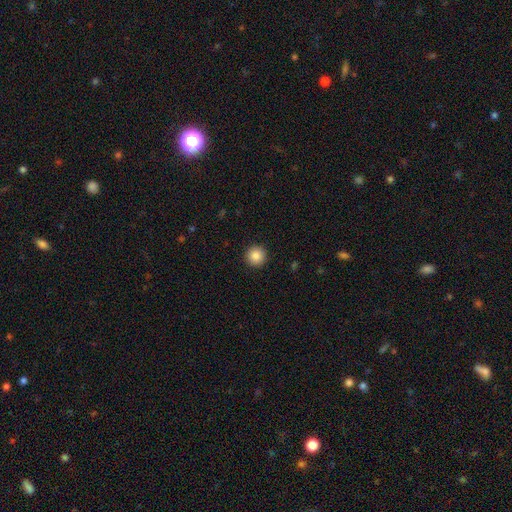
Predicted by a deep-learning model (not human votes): Smooth or featured? Predicted: smooth (p=0.86). How rounded? Predicted: round (p=0.96). Merging? Predicted: none (p=0.93).